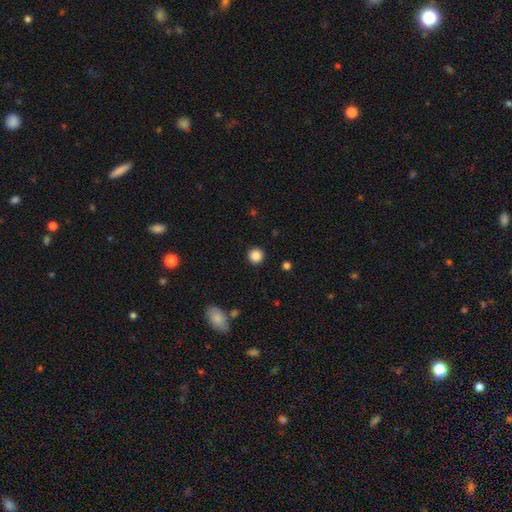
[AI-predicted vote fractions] A smooth galaxy with no disk features (87%) that is round (94%).

Vote fractions:
- Smooth or featured? smooth: 87% / star or artifact: 10% / featured or disk: 3%
- How rounded? round: 94% / in between: 5% / cigar-shaped: 1%
- Merging? none: 91% / minor disturbance: 5% / major disturbance: 2% / merger: 1%